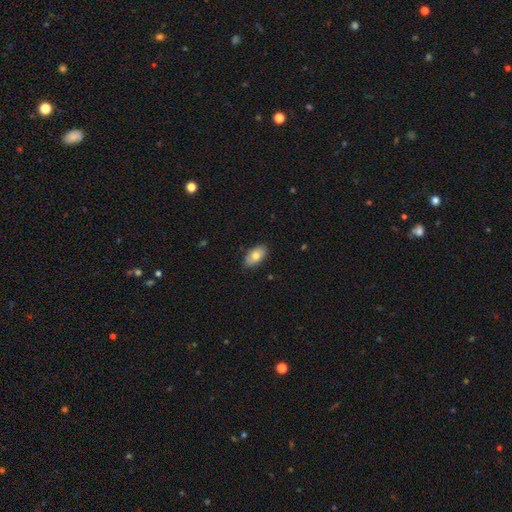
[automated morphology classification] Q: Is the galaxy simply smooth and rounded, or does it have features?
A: smooth — 77%.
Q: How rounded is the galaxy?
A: in between — 92%.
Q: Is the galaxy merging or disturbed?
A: none — 84%.